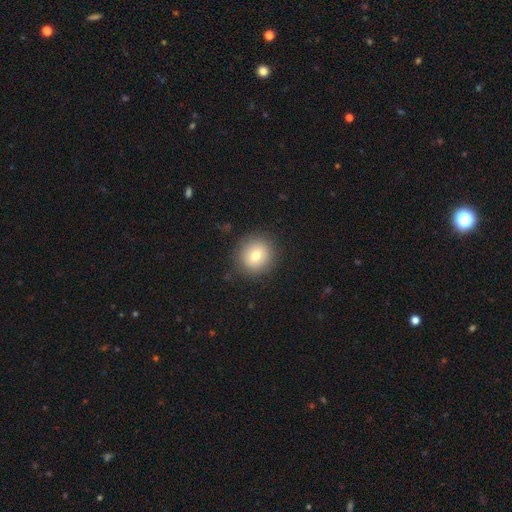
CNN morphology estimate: smooth_or_featured: smooth (p=0.75) [alt: featured or disk p=0.15]
how_rounded: round (p=0.89) [alt: in between p=0.10]
merging: none (p=0.87) [alt: minor disturbance p=0.09]